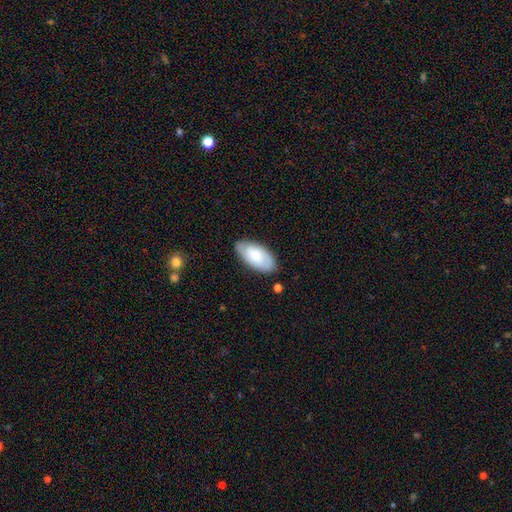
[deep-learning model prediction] The model was most divided on "smooth or featured": smooth: 72%, featured or disk: 23%, star or artifact: 6%. More confident: how rounded — in between (95%); merging — none (79%).